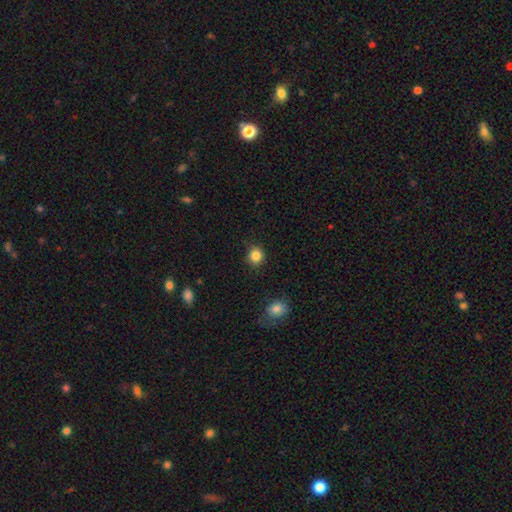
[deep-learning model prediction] smooth_or_featured: smooth (p=0.85) [alt: star or artifact p=0.11]
how_rounded: round (p=0.88) [alt: in between p=0.11]
merging: none (p=0.86) [alt: minor disturbance p=0.10]